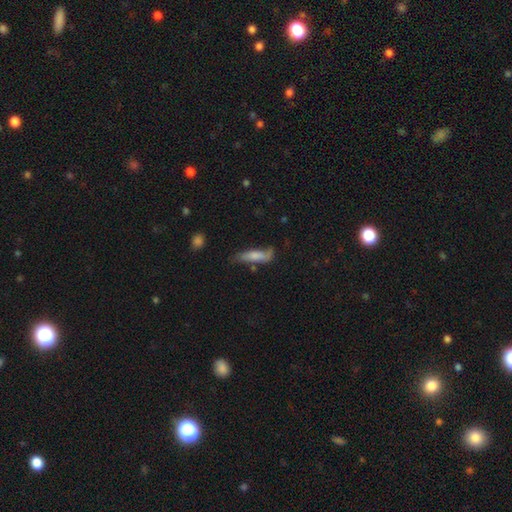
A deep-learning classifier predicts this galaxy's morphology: type=smooth (66%); roundness=cigar-shaped (61%); merging=none (44%).